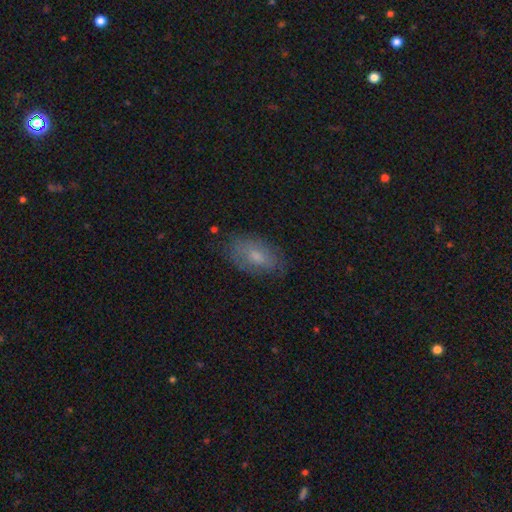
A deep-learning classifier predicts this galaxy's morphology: Smooth or featured?
  - smooth: 62% *
  - featured or disk: 29%
  - star or artifact: 9%
How rounded?
  - in between: 91% *
  - round: 5%
  - cigar-shaped: 4%
Merging?
  - none: 73% *
  - minor disturbance: 20%
  - major disturbance: 6%
  - merger: 1%